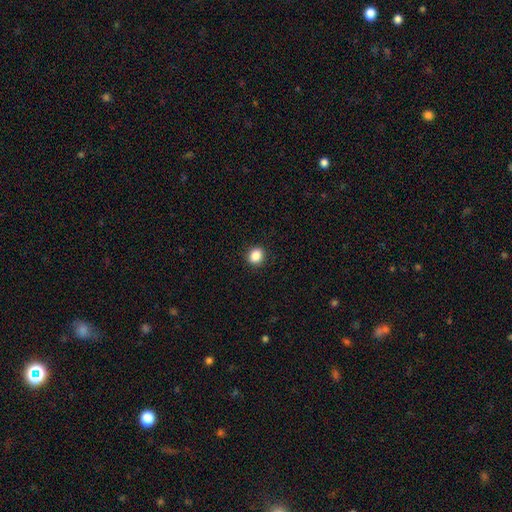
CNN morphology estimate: This is clearly a smooth galaxy (86%). How rounded: likely round (80%). Merging: clearly none (92%).